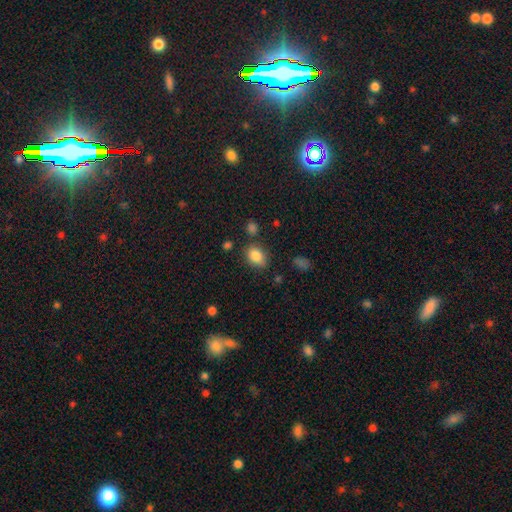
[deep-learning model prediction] Q: Smooth or featured?
A: smooth (84%); runner-up: star or artifact (9%)
Q: How rounded?
A: in between (74%); runner-up: round (25%)
Q: Merging?
A: none (77%); runner-up: minor disturbance (15%)